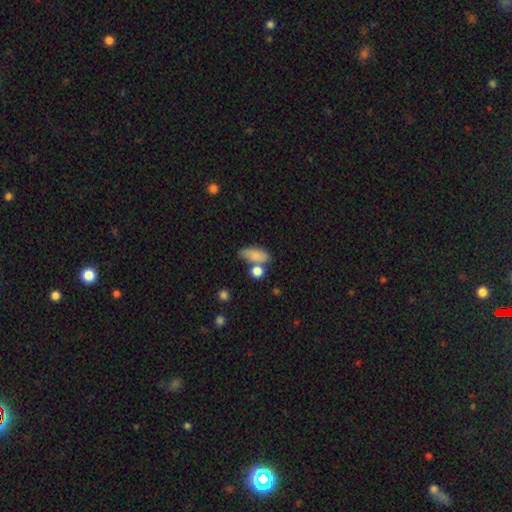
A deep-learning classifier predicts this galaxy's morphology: smooth_or_featured: smooth (p=0.82) [alt: featured or disk p=0.10]
how_rounded: in between (p=0.79) [alt: cigar-shaped p=0.14]
merging: none (p=0.54) [alt: merger p=0.22]